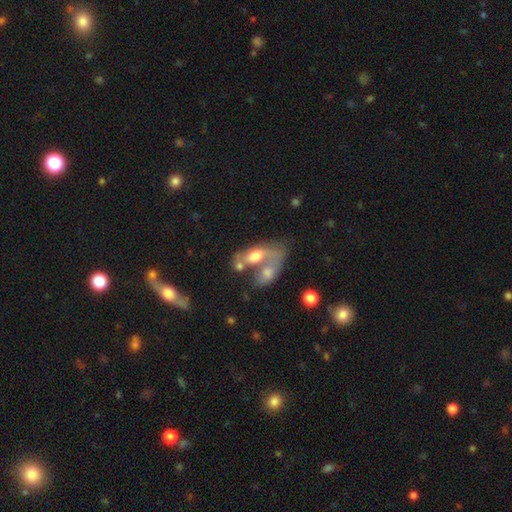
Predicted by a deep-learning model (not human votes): This is possibly a smooth galaxy (53%). How rounded: clearly in between (84%). Merging: likely merger (65%).